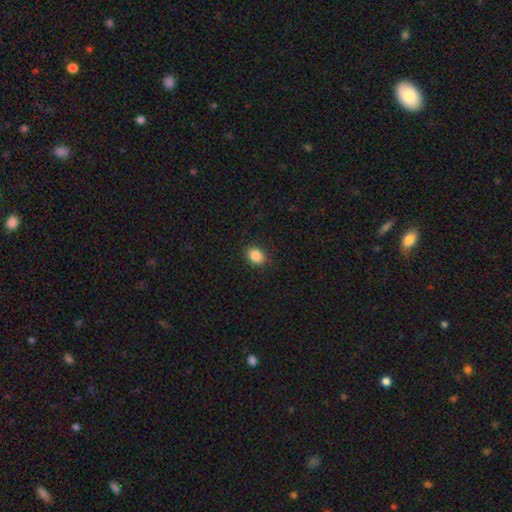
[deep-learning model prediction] This appears to be a smooth galaxy with no disk features (87%) that is in between round and cigar-shaped (70%). Merging: none (89%).